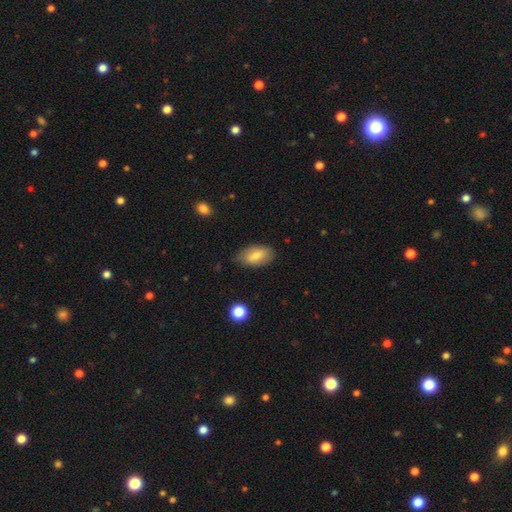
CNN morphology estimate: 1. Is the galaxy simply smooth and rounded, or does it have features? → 76% smooth, 17% featured or disk, 7% star or artifact.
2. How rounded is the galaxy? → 92% in between, 4% round, 4% cigar-shaped.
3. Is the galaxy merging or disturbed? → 73% none, 21% minor disturbance, 4% major disturbance, 1% merger.